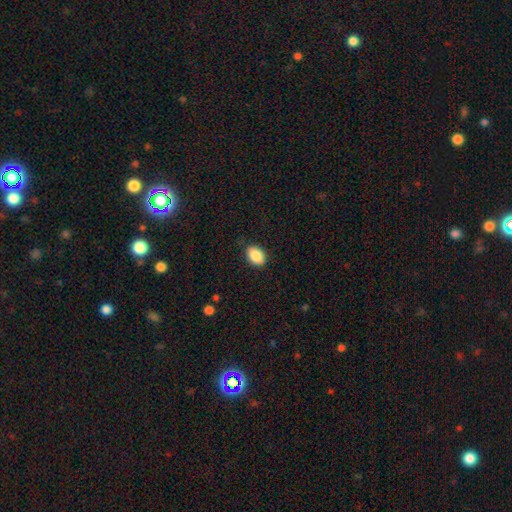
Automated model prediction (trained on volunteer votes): smooth 88%, star or artifact 7%, featured or disk 5%. Down the decision tree: how rounded — in between (83%); merging — none (86%).